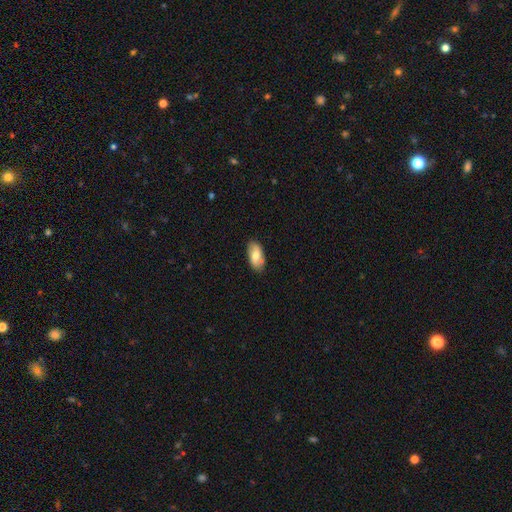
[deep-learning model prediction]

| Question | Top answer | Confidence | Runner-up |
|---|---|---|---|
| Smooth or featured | smooth | 67% | featured or disk (27%) |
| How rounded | in between | 92% | cigar-shaped (5%) |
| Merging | none | 81% | minor disturbance (13%) |